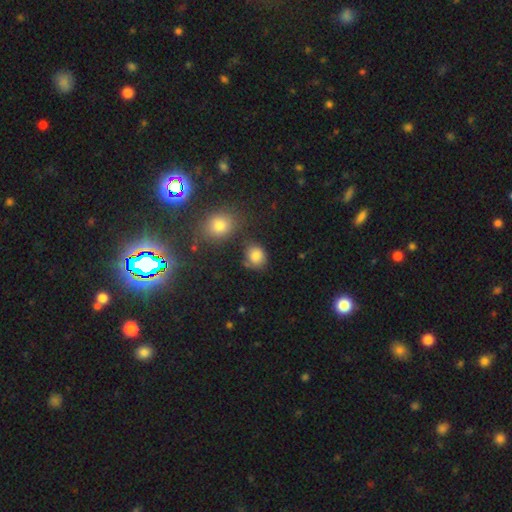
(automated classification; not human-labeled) Morphology: type=smooth (82%); roundness=round (68%); merging=none (64%).